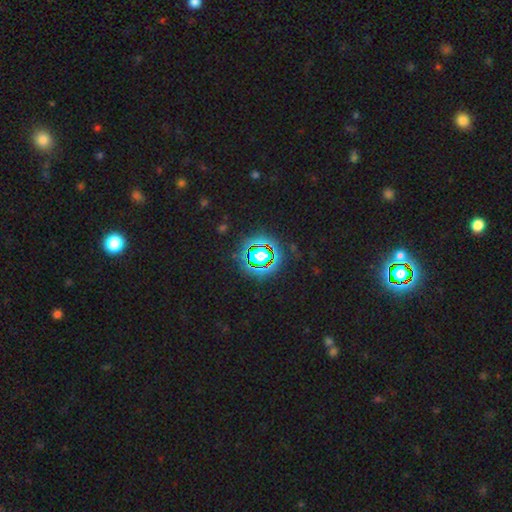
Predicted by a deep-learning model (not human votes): A star or artifact, not a galaxy (80%).

Vote fractions:
- Smooth or featured? star or artifact: 80% / smooth: 12% / featured or disk: 7%